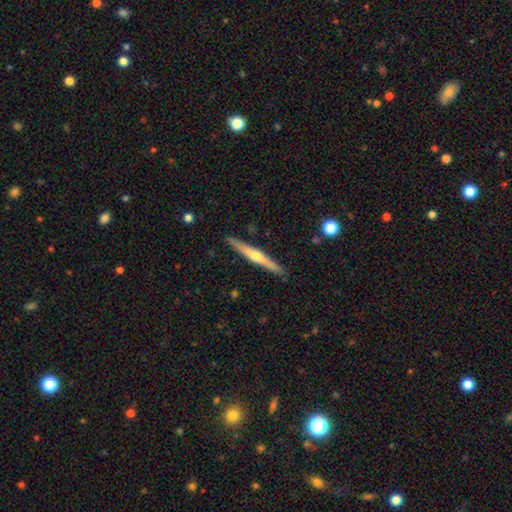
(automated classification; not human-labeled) Smooth or featured?
  - featured or disk: 69% *
  - smooth: 25%
  - star or artifact: 5%
Edge-on disk?
  - yes: 98% *
  - no: 2%
Edge-on bulge?
  - rounded: 87% *
  - none: 9%
  - boxy: 4%
Merging?
  - none: 91% *
  - minor disturbance: 6%
  - major disturbance: 1%
  - merger: 1%